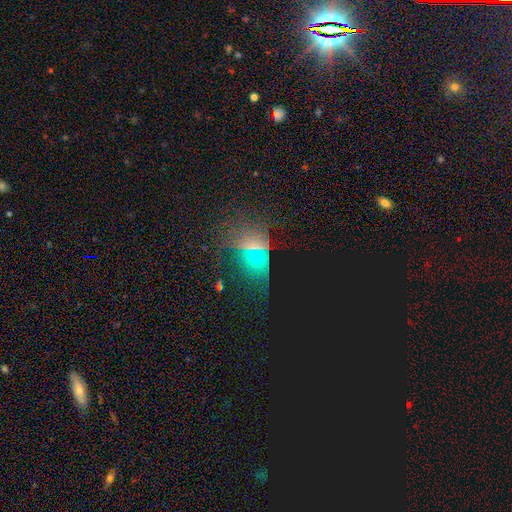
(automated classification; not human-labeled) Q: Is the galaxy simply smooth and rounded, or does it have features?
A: star or artifact — 47%.